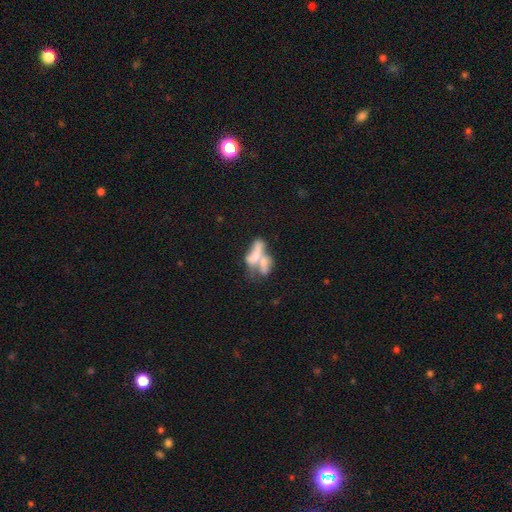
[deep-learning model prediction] A featured or disk galaxy (46%). Merging: merger (68%).